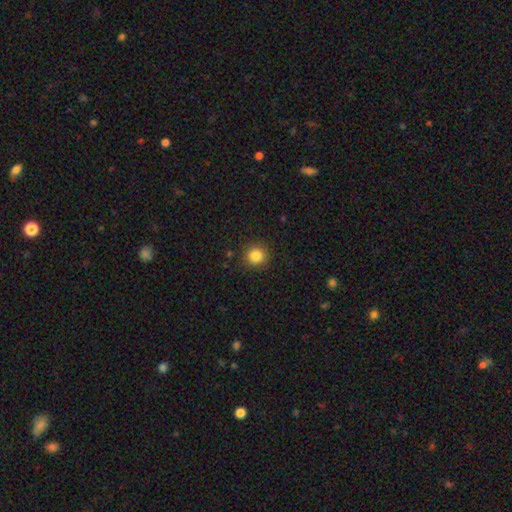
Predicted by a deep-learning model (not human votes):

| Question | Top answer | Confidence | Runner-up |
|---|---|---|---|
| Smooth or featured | smooth | 84% | star or artifact (11%) |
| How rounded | round | 92% | in between (7%) |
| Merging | none | 90% | minor disturbance (6%) |